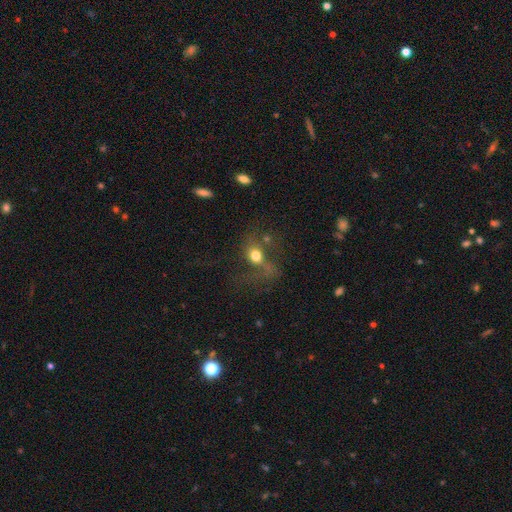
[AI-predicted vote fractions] smooth_or_featured: smooth (p=0.52) [alt: featured or disk p=0.31]
how_rounded: round (p=0.65) [alt: in between p=0.32]
merging: major disturbance (p=0.38) [alt: none p=0.36]